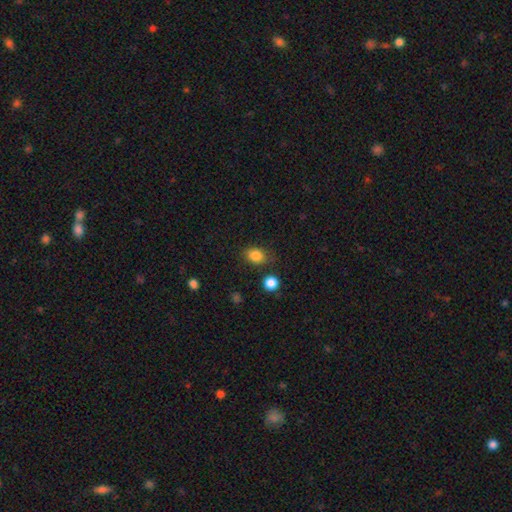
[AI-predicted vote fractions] smooth_or_featured: smooth (p=0.84) [alt: star or artifact p=0.10]
how_rounded: in between (p=0.58) [alt: round p=0.40]
merging: none (p=0.76) [alt: minor disturbance p=0.15]